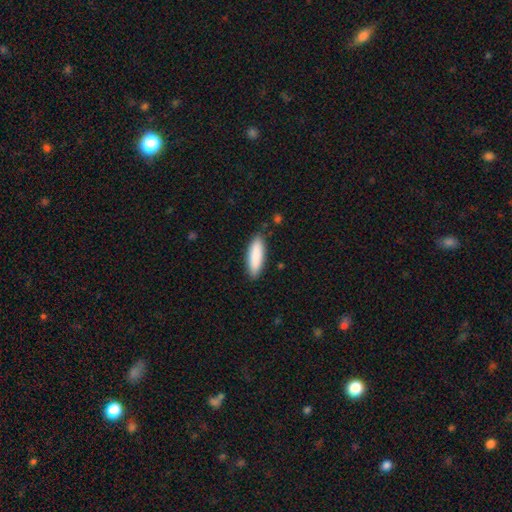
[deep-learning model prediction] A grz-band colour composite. It shows a smooth galaxy with no disk features (88%) that is in between round and cigar-shaped (50%). Merging: none (86%).